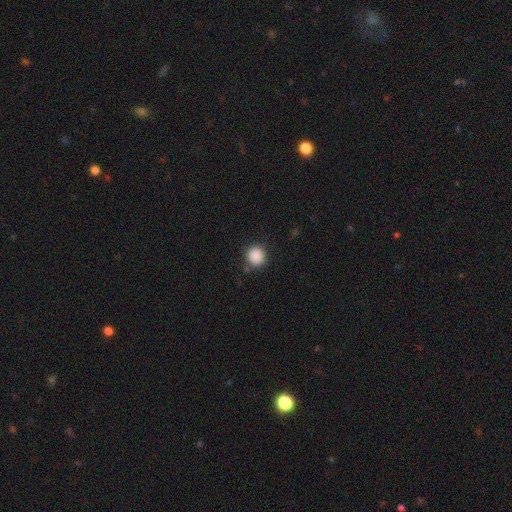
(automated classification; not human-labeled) smooth_or_featured: smooth (p=0.88) [alt: star or artifact p=0.09]
how_rounded: round (p=0.90) [alt: in between p=0.09]
merging: none (p=0.84) [alt: minor disturbance p=0.11]